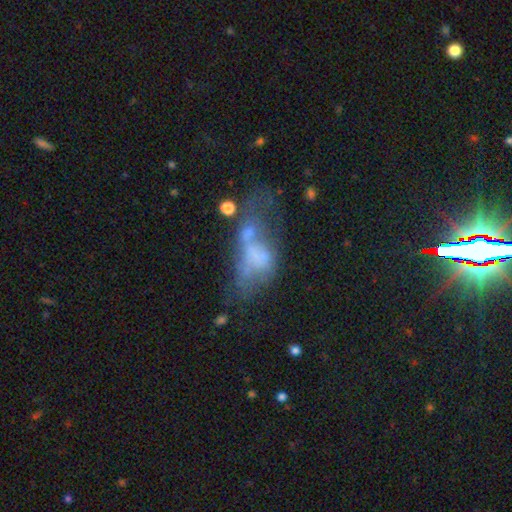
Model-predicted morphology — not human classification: A featured or disk galaxy (48%). Merging: major disturbance (37%).